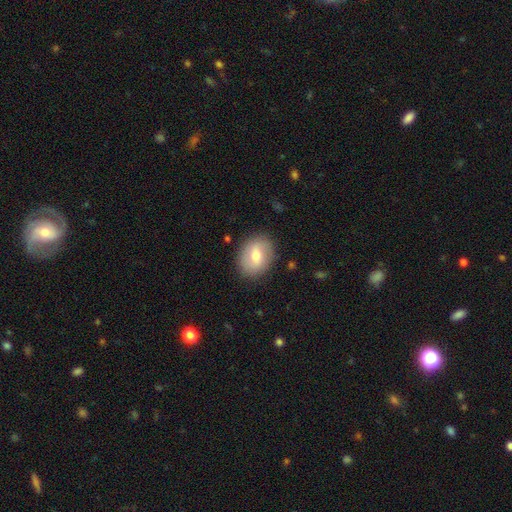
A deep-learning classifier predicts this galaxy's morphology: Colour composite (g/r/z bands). It shows a smooth galaxy with no disk features (59%) that is in between round and cigar-shaped (62%). Merging: none (85%).